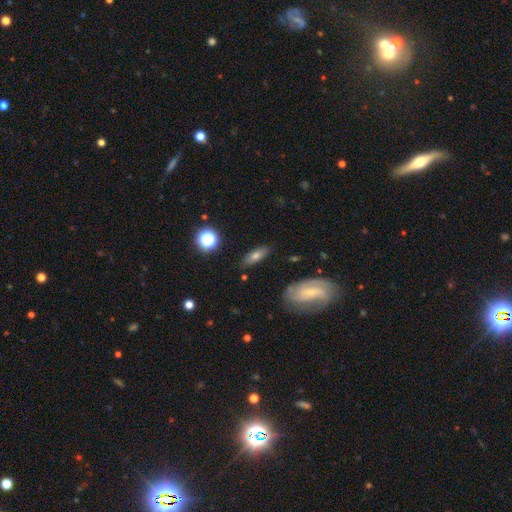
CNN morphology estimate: Smooth or featured: smooth — 62% (featured or disk — 26%)
How rounded: in between — 69% (cigar-shaped — 25%)
Merging: none — 83% (minor disturbance — 12%)